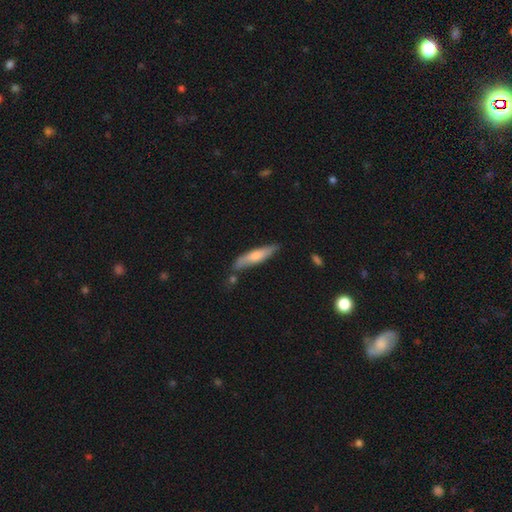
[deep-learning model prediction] Smooth or featured: smooth — 53% (featured or disk — 41%)
How rounded: cigar-shaped — 86% (in between — 12%)
Merging: none — 76% (minor disturbance — 15%)